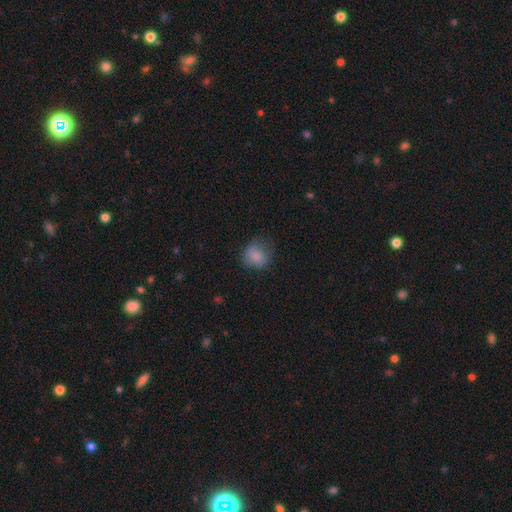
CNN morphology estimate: type=smooth (81%); roundness=round (68%); merging=none (63%).